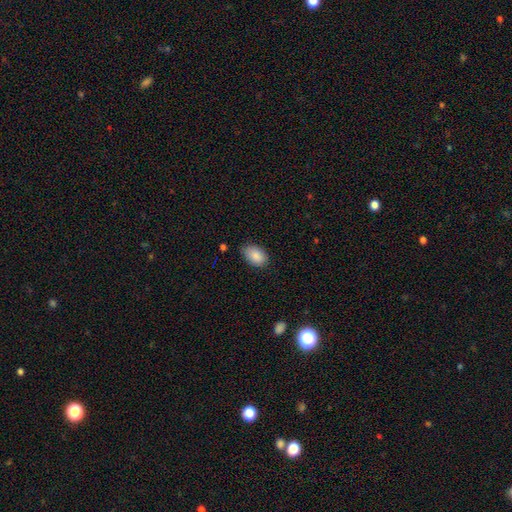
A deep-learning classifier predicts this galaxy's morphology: smooth 87%, star or artifact 7%, featured or disk 5%. Down the decision tree: how rounded — in between (89%); merging — none (72%).